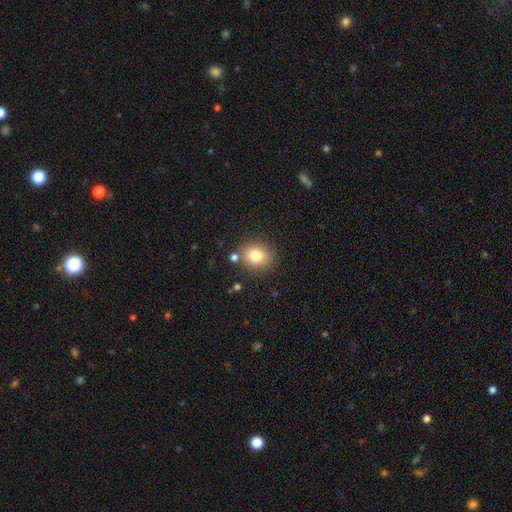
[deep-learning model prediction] smooth 79%, star or artifact 11%, featured or disk 10%. Down the decision tree: how rounded — round (71%); merging — none (80%).